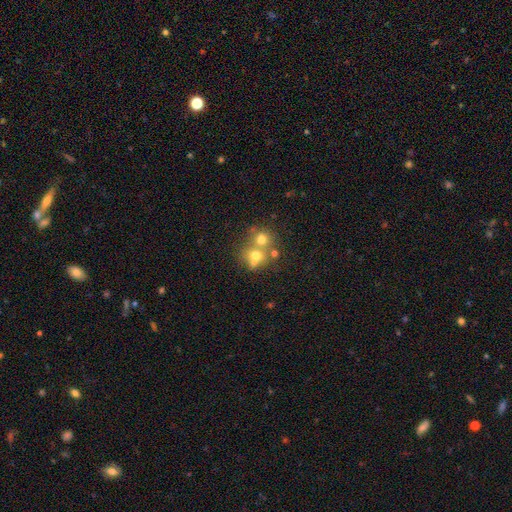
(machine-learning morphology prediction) Smooth or featured?
  - smooth: 60% *
  - featured or disk: 23%
  - star or artifact: 16%
How rounded?
  - round: 75% *
  - in between: 24%
  - cigar-shaped: 1%
Merging?
  - merger: 52% *
  - none: 36%
  - minor disturbance: 7%
  - major disturbance: 4%